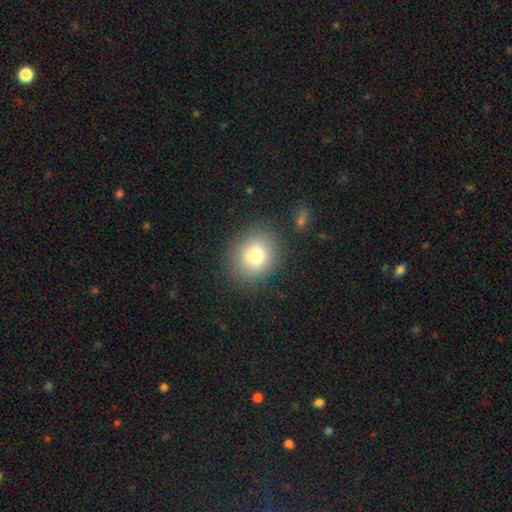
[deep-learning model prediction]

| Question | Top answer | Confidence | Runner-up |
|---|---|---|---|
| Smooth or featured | smooth | 78% | star or artifact (11%) |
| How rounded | round | 76% | in between (23%) |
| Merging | none | 85% | minor disturbance (9%) |